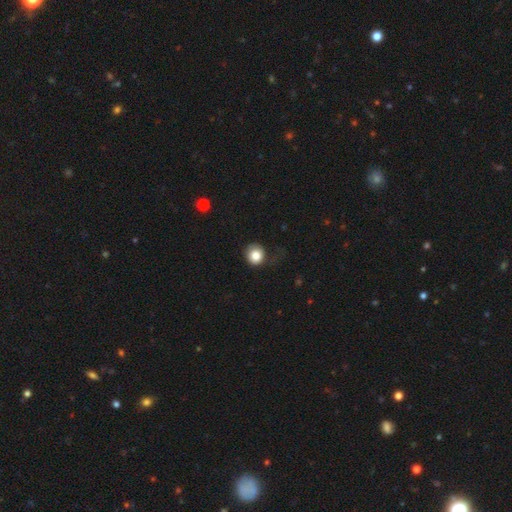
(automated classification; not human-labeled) A smooth galaxy with no disk features (82%) that is round (85%).

Vote fractions:
- Smooth or featured? smooth: 82% / star or artifact: 9% / featured or disk: 9%
- How rounded? round: 85% / in between: 14% / cigar-shaped: 1%
- Merging? none: 55% / minor disturbance: 27% / major disturbance: 17% / merger: 2%